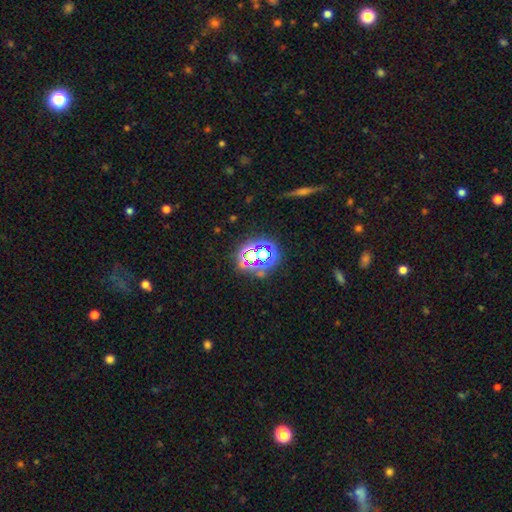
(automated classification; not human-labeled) Q: Smooth or featured?
A: star or artifact (71%); runner-up: smooth (18%)